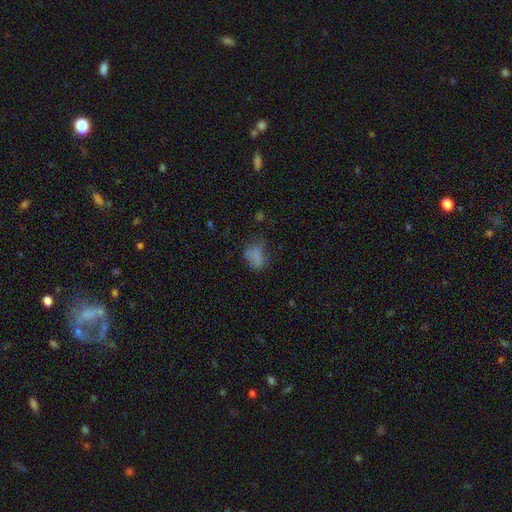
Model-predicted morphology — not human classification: The model was most divided on "merging": none: 45%, minor disturbance: 28%, major disturbance: 23%, merger: 4%. More confident: smooth or featured — smooth (73%); how rounded — in between (73%).